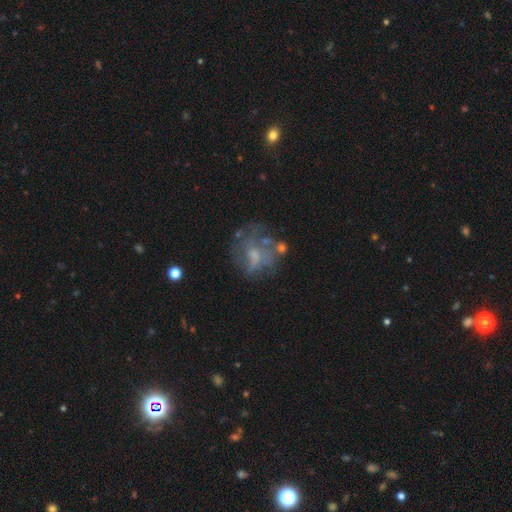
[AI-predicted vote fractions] smooth-or-featured: featured or disk: 57% | smooth: 30% | star or artifact: 13%
  disk-edge-on: no: 98% | yes: 2%
    bar: no: 73% | weak: 23% | strong: 4%
    has-spiral-arms: no: 61% | yes: 39%
    bulge-size: small: 38% | moderate: 30% | none: 28% | large: 3% | dominant: 1%
  merging: none: 46% | major disturbance: 26% | minor disturbance: 20% | merger: 7%